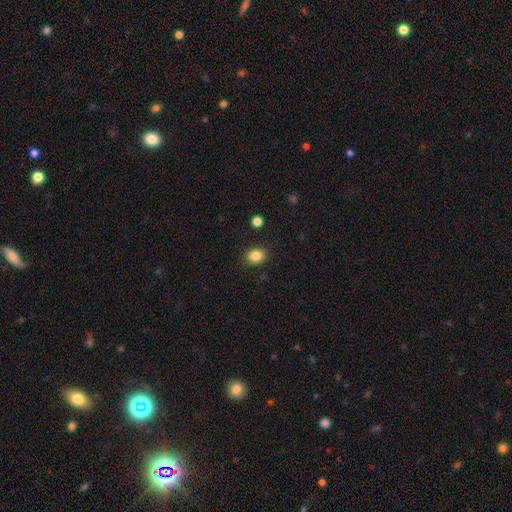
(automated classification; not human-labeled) A smooth galaxy with no disk features (85%) that is in between round and cigar-shaped (52%).

Vote fractions:
- Smooth or featured? smooth: 85% / star or artifact: 10% / featured or disk: 5%
- How rounded? in between: 52% / round: 48% / cigar-shaped: 1%
- Merging? none: 88% / minor disturbance: 8% / major disturbance: 2% / merger: 2%